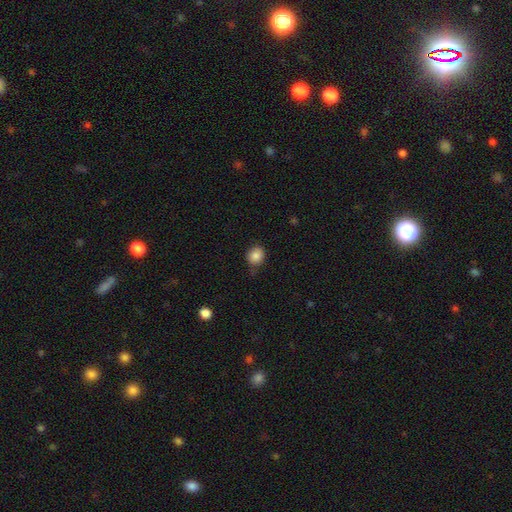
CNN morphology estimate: Overall: smooth (86%). How rounded: round (77%). Merging: none (73%).